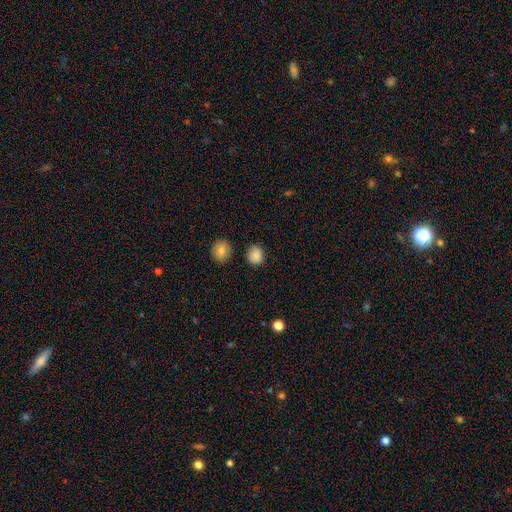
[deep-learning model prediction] smooth-or-featured: smooth: 86% | star or artifact: 10% | featured or disk: 4%
  how-rounded: round: 74% | in between: 25% | cigar-shaped: 1%
  merging: none: 82% | minor disturbance: 12% | merger: 3% | major disturbance: 3%